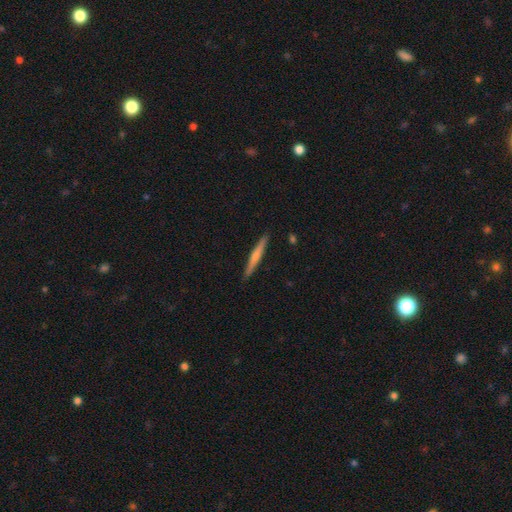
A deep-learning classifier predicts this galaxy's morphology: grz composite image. It shows a smooth galaxy with no disk features (48%). Merging: none (90%).